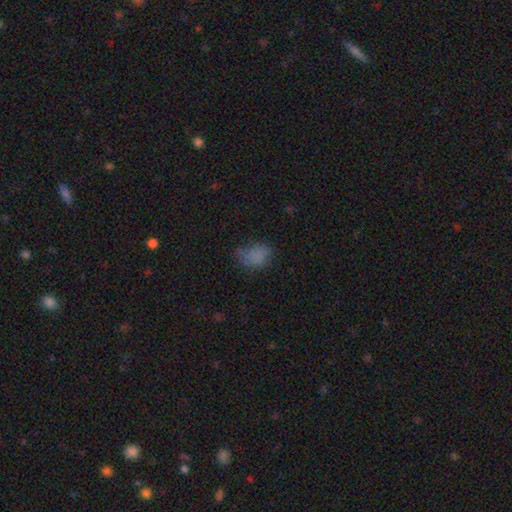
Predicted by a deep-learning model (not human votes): smooth-or-featured: smooth: 76% | star or artifact: 15% | featured or disk: 10%
  how-rounded: in between: 72% | round: 27% | cigar-shaped: 2%
  merging: none: 53% | minor disturbance: 29% | major disturbance: 15% | merger: 3%